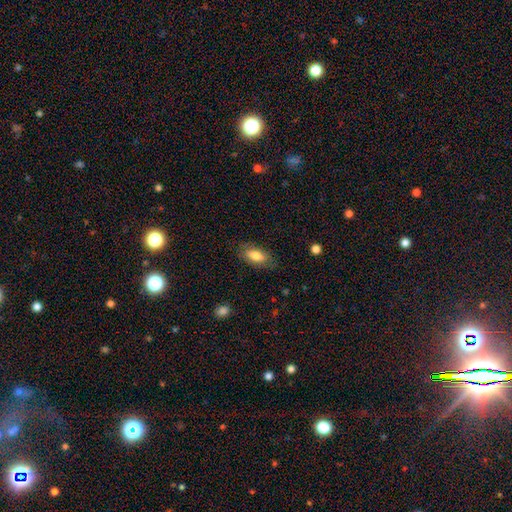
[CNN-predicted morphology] Smooth or featured? smooth (77%)
How rounded? in between (87%)
Merging? none (79%)